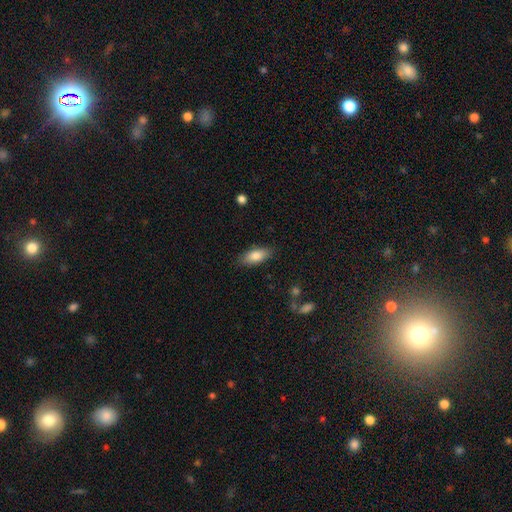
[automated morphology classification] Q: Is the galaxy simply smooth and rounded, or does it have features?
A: smooth — 82%.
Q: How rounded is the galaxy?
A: in between — 81%.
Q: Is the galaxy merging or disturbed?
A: none — 84%.